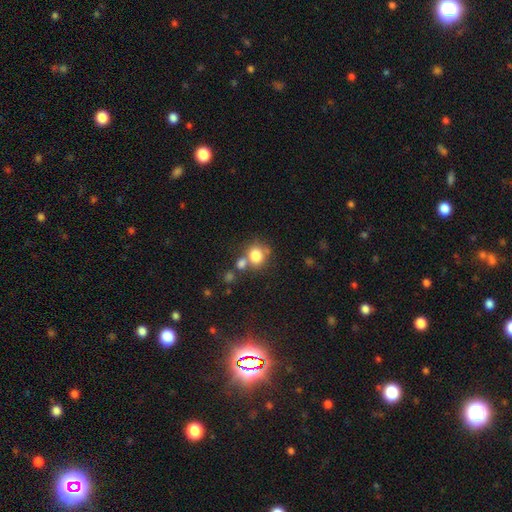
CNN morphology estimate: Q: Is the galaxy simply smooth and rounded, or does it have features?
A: smooth — 78%.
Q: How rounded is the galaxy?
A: round — 74%.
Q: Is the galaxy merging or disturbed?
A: none — 51%.